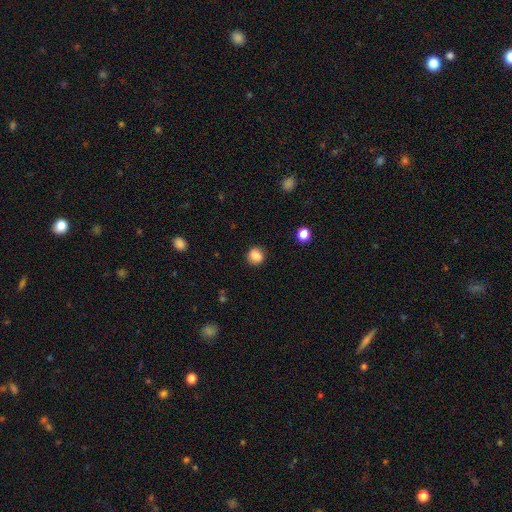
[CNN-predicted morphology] Overall: smooth (86%). How rounded: round (84%). Merging: none (86%).